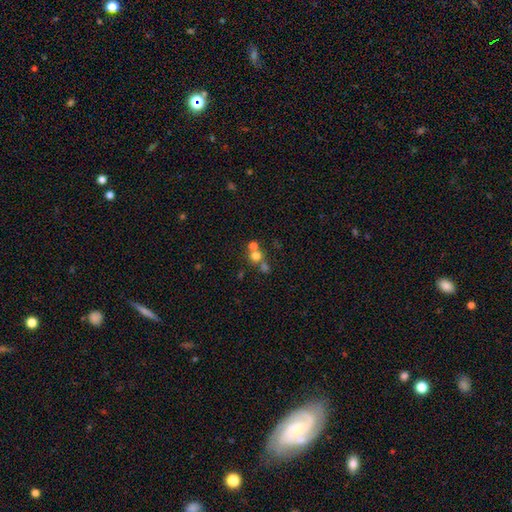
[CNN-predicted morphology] Overall: smooth (69%). How rounded: round (88%). Merging: none (50%; merger 40%).